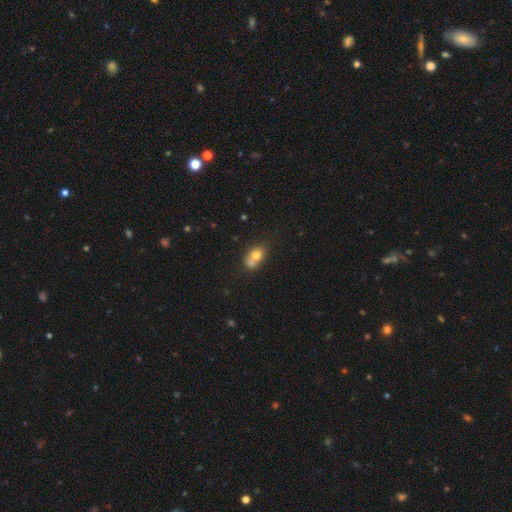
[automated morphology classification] Smooth or featured?
  - smooth: 71% *
  - featured or disk: 19%
  - star or artifact: 10%
How rounded?
  - in between: 62% *
  - round: 35%
  - cigar-shaped: 3%
Merging?
  - merger: 52% *
  - none: 28%
  - minor disturbance: 14%
  - major disturbance: 6%